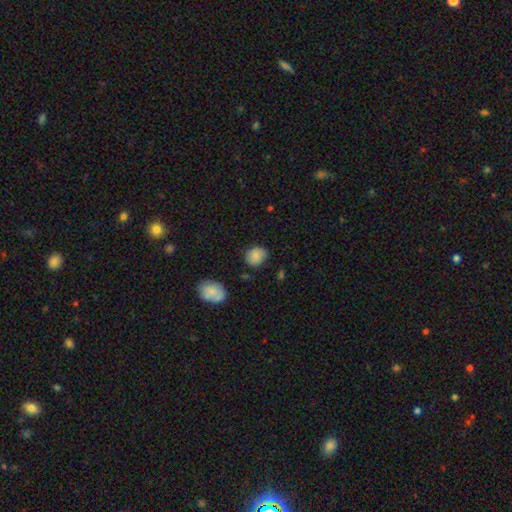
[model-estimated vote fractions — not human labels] A smooth galaxy with no disk features (82%) that is round (74%). Merging: none (75%).